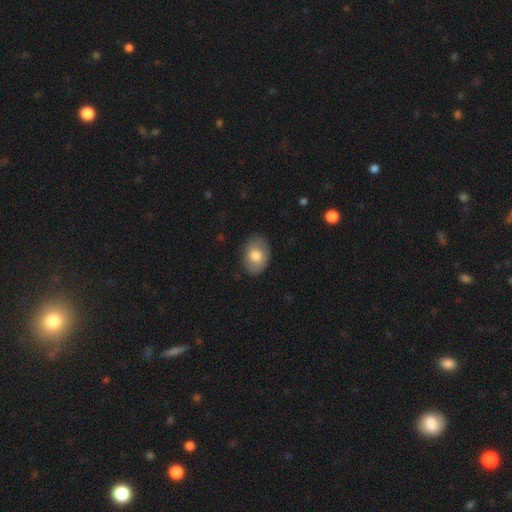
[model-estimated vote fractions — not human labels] A smooth galaxy with no disk features (76%) that is in between round and cigar-shaped (76%). Merging: none (82%).